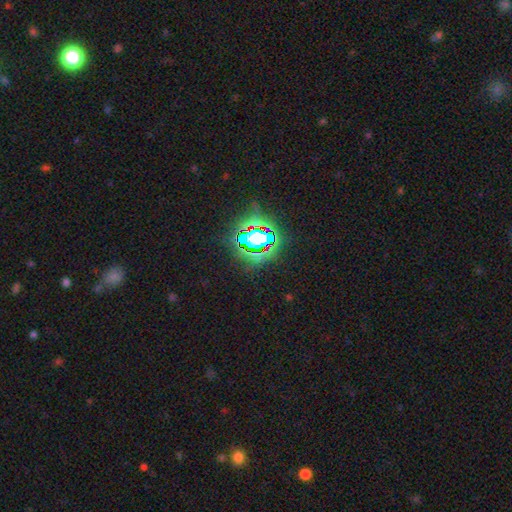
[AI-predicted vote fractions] Morphology: type=star or artifact (82%).